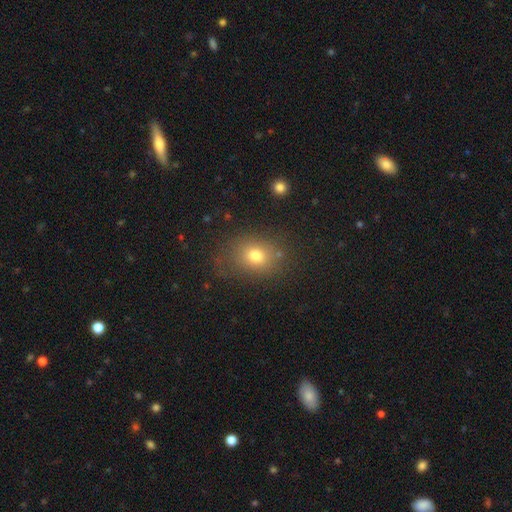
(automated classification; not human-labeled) A smooth galaxy with no disk features (74%) that is in between round and cigar-shaped (55%). Merging: none (75%).